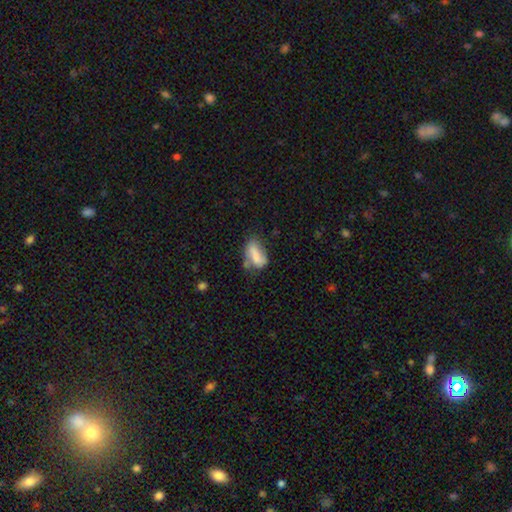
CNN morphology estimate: Smooth or featured: smooth — 72% (featured or disk — 19%)
How rounded: in between — 85% (cigar-shaped — 10%)
Merging: none — 37% (minor disturbance — 31%)